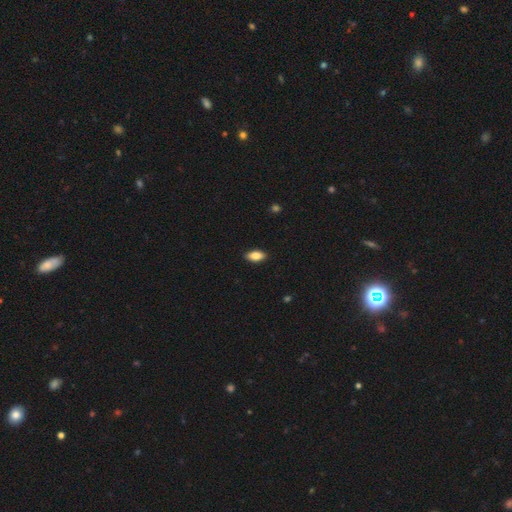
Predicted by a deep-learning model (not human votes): This appears to be a smooth galaxy with no disk features (83%) that is in between round and cigar-shaped (90%). Merging: none (89%).